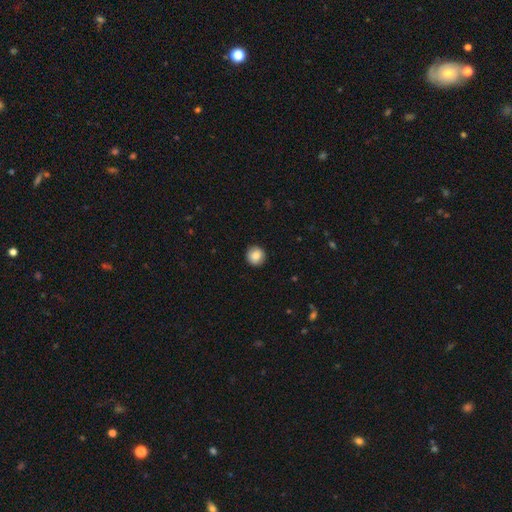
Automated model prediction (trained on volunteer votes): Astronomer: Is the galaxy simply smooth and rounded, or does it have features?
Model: smooth — 85%.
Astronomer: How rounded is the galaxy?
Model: round — 93%.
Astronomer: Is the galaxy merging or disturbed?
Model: none — 91%.